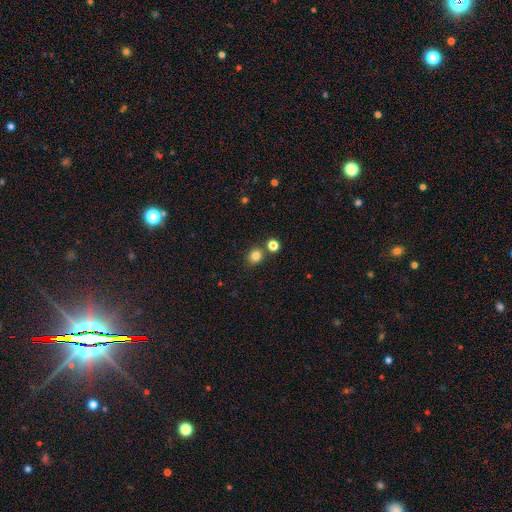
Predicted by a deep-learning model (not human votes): This appears to be a smooth galaxy with no disk features (82%) that is round (79%). Merging: none (78%).